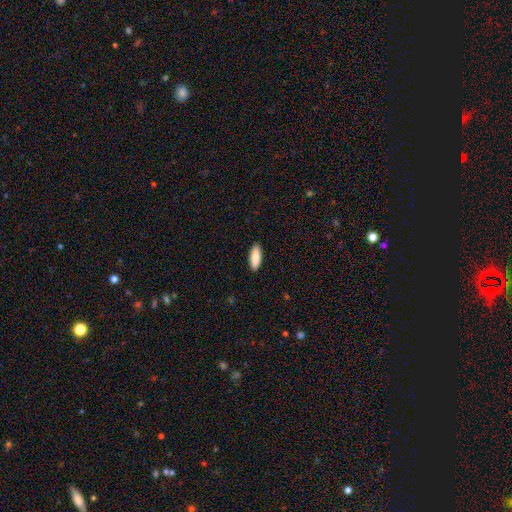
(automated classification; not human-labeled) This appears to be a smooth galaxy with no disk features (88%) that is in between round and cigar-shaped (67%). Merging: none (91%).